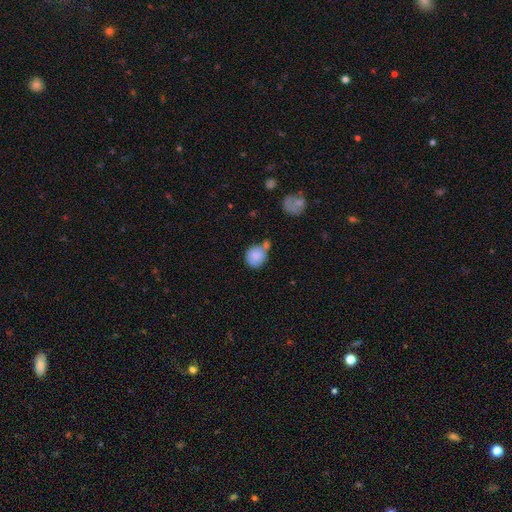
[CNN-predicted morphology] The model was most divided on "merging": none: 47%, merger: 24%, minor disturbance: 22%, major disturbance: 7%. More confident: smooth or featured — smooth (83%); how rounded — round (78%).